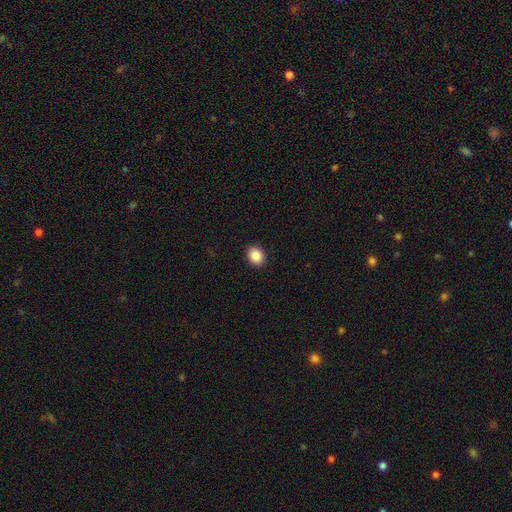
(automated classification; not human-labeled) smooth_or_featured: smooth (p=0.89) [alt: star or artifact p=0.09]
how_rounded: round (p=0.58) [alt: in between p=0.41]
merging: none (p=0.92) [alt: minor disturbance p=0.06]